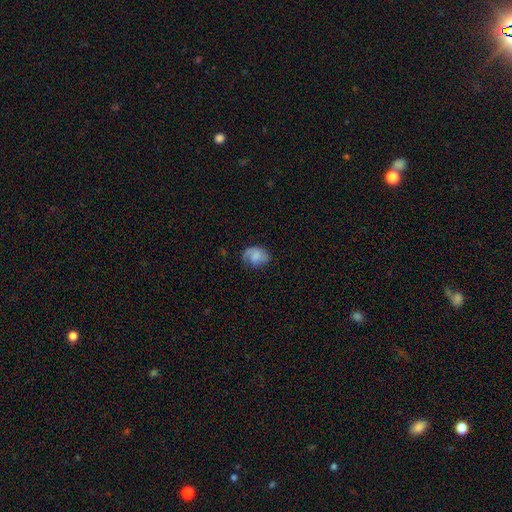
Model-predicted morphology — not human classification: A smooth galaxy with no disk features (59%) that is in between round and cigar-shaped (57%). Merging: none (54%).